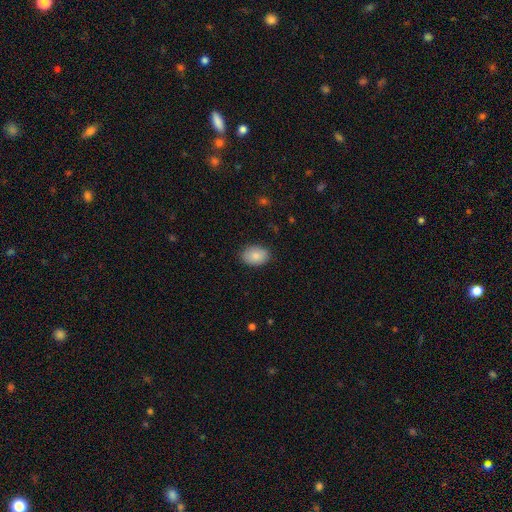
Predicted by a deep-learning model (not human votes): smooth-or-featured: smooth: 86% | featured or disk: 7% | star or artifact: 7%
  how-rounded: in between: 81% | round: 18% | cigar-shaped: 1%
  merging: none: 86% | minor disturbance: 11% | major disturbance: 2% | merger: 1%